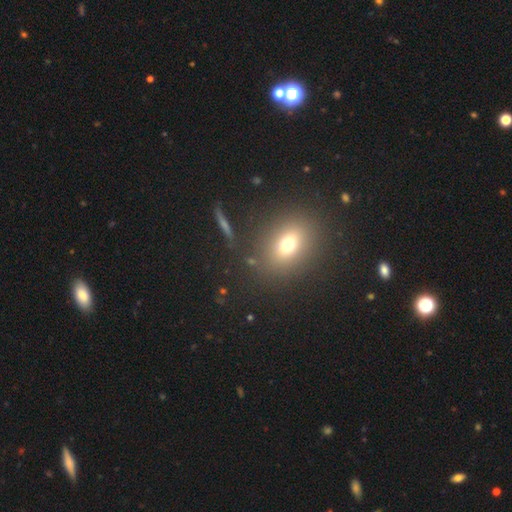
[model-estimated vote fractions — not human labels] smooth_or_featured: smooth (p=0.60) [alt: star or artifact p=0.27]
how_rounded: in between (p=0.54) [alt: round p=0.43]
merging: none (p=0.85) [alt: minor disturbance p=0.08]